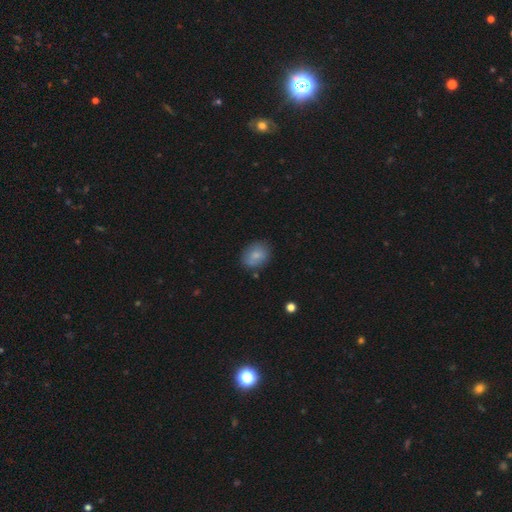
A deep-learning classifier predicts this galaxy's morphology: Smooth or featured? Predicted: smooth (p=0.79). How rounded? Predicted: in between (p=0.58). Merging? Predicted: none (p=0.76).